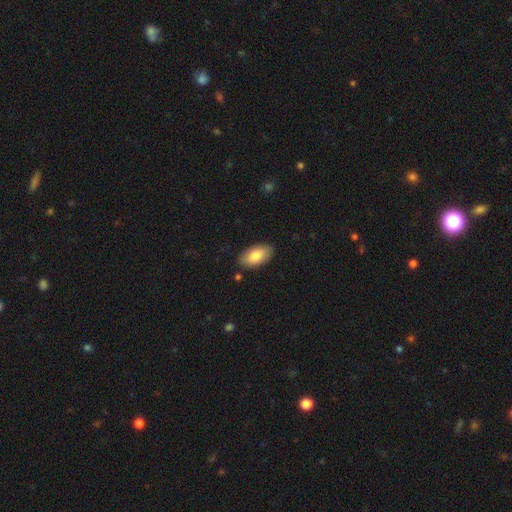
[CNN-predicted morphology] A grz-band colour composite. It shows a smooth galaxy with no disk features (83%) that is in between round and cigar-shaped (95%). Merging: none (86%).